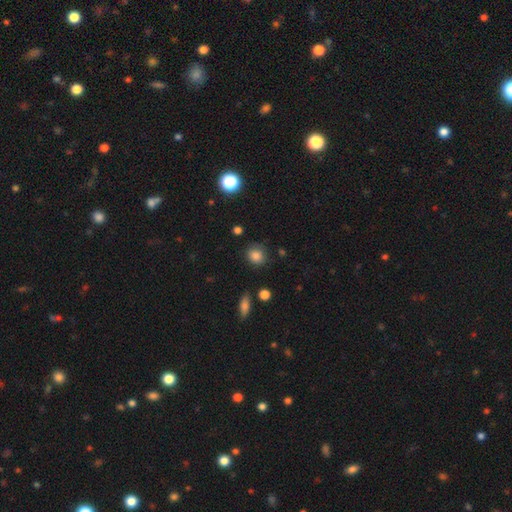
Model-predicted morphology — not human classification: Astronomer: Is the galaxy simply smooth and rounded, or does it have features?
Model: smooth — 84%.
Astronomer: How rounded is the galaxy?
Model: round — 78%.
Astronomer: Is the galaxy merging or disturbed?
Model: none — 81%.